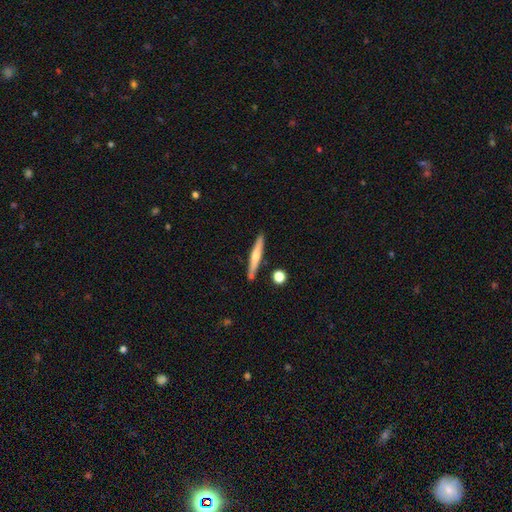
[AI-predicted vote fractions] smooth-or-featured: smooth: 51% | featured or disk: 43% | star or artifact: 6%
  how-rounded: cigar-shaped: 93% | in between: 5% | round: 2%
  merging: none: 83% | minor disturbance: 10% | merger: 5% | major disturbance: 2%